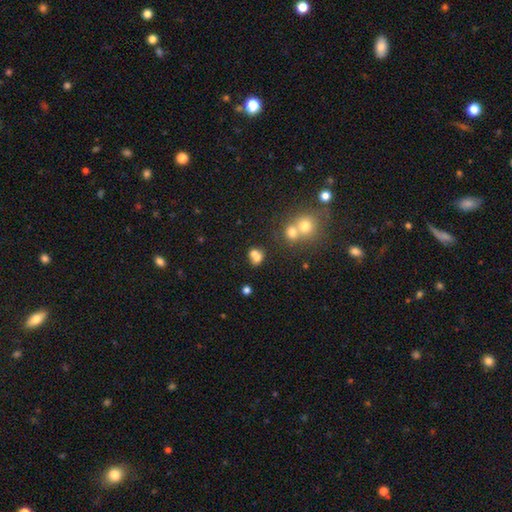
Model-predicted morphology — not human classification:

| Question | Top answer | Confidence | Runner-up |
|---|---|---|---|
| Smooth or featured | smooth | 69% | featured or disk (16%) |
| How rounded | round | 63% | in between (35%) |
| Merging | merger | 50% | none (36%) |